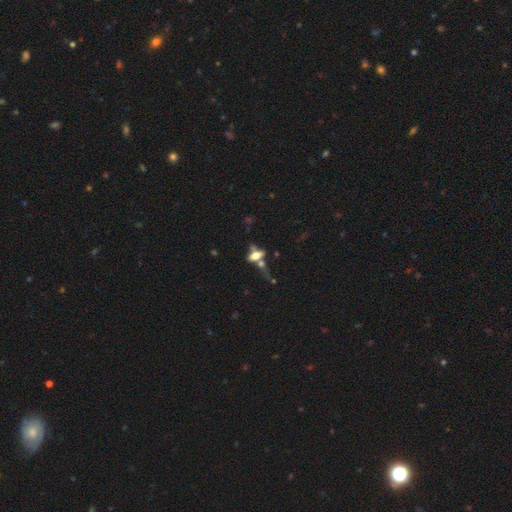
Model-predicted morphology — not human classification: A smooth galaxy with no disk features (46%).

Vote fractions:
- Smooth or featured? smooth: 46% / featured or disk: 40% / star or artifact: 14%
- Merging? none: 35% / merger: 34% / major disturbance: 17% / minor disturbance: 15%